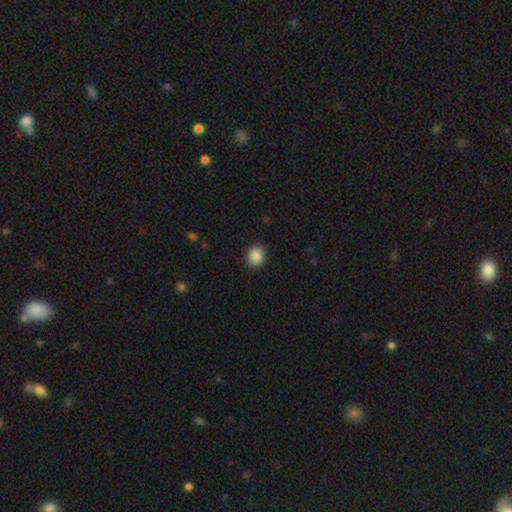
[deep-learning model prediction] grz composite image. It shows a smooth galaxy with no disk features (87%) that is round (66%). Merging: none (90%).